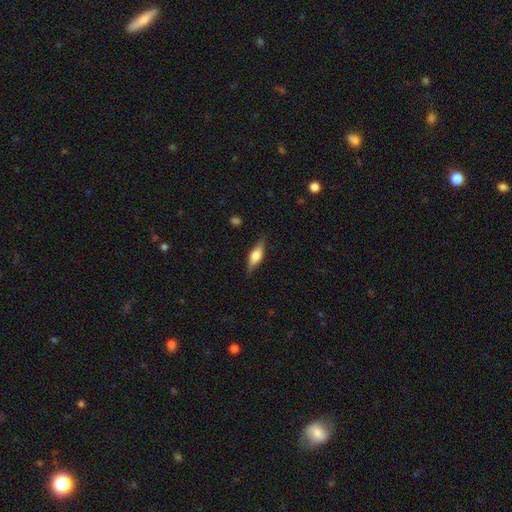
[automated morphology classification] This is possibly a smooth galaxy (52%). How rounded: possibly in between (58%). Merging: clearly none (82%).